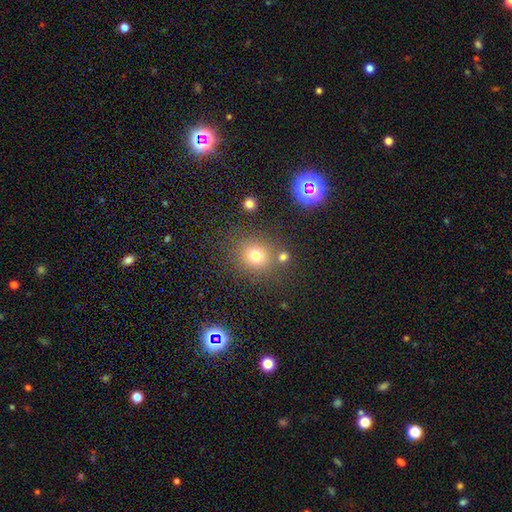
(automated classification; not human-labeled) A smooth galaxy with no disk features (75%) that is round (84%).

Vote fractions:
- Smooth or featured? smooth: 75% / star or artifact: 16% / featured or disk: 8%
- How rounded? round: 84% / in between: 15% / cigar-shaped: 1%
- Merging? none: 76% / merger: 10% / minor disturbance: 10% / major disturbance: 4%